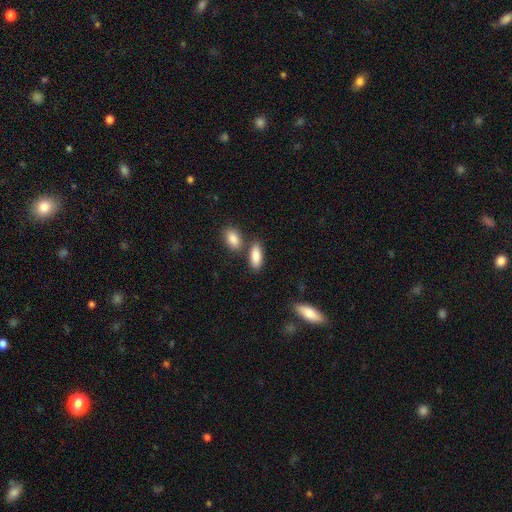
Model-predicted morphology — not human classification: Smooth or featured?
  - smooth: 86% *
  - featured or disk: 8%
  - star or artifact: 6%
How rounded?
  - in between: 83% *
  - cigar-shaped: 14%
  - round: 3%
Merging?
  - none: 68% *
  - merger: 18%
  - minor disturbance: 11%
  - major disturbance: 3%